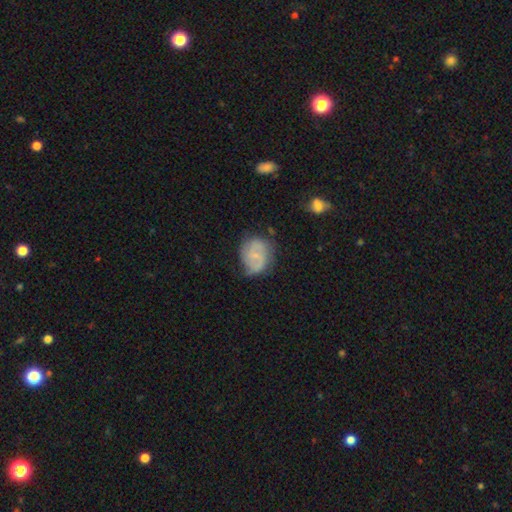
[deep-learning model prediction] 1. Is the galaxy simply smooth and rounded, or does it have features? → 60% featured or disk, 33% smooth, 8% star or artifact.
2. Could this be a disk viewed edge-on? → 98% no, 2% yes.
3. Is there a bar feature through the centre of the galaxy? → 58% no, 36% weak, 6% strong.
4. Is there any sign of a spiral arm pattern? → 85% yes, 15% no.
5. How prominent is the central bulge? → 65% small, 17% moderate, 15% none, 1% large, 1% dominant.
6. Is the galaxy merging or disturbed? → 59% none, 28% minor disturbance, 11% major disturbance, 3% merger.